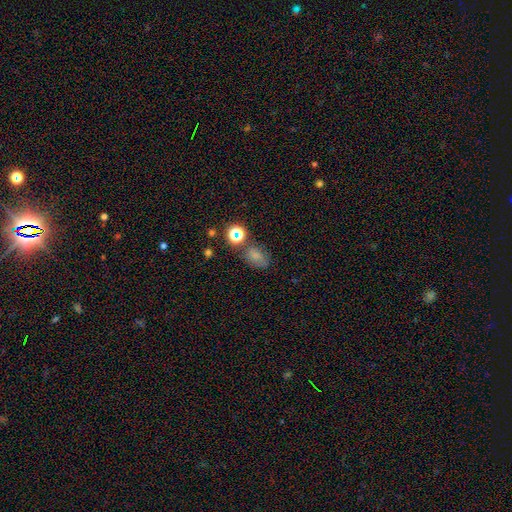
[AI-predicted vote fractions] This is likely a smooth galaxy (65%). How rounded: likely in between (69%). Merging: likely none (60%).